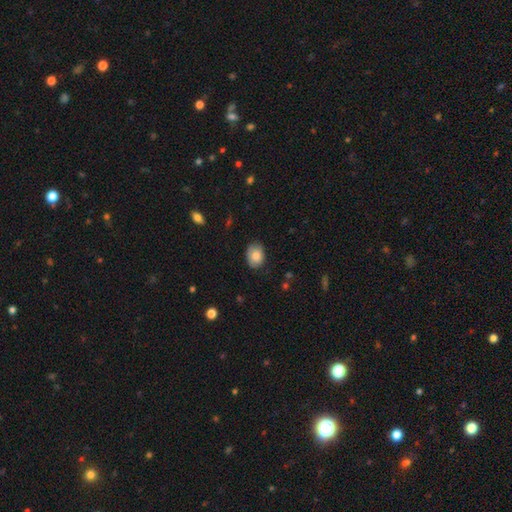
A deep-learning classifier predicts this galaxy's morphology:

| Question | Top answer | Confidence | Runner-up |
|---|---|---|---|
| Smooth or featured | smooth | 79% | featured or disk (13%) |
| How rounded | in between | 72% | round (27%) |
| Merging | none | 76% | minor disturbance (20%) |